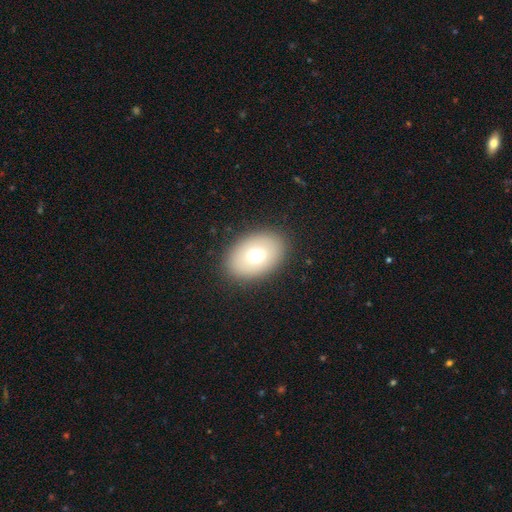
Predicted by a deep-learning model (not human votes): Smooth or featured? Predicted: smooth (p=0.69). How rounded? Predicted: in between (p=0.79). Merging? Predicted: none (p=0.87).